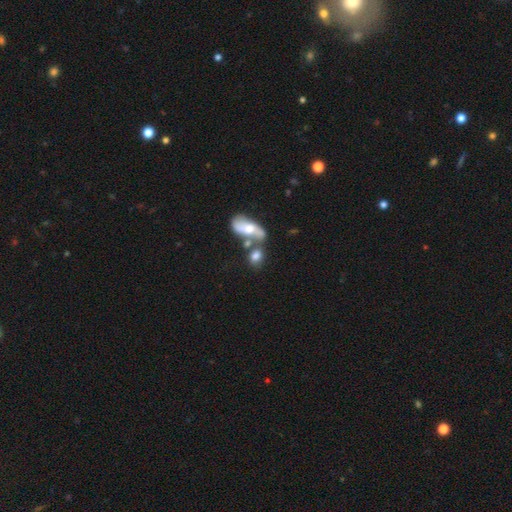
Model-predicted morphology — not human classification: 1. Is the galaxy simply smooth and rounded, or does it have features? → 70% smooth, 21% featured or disk, 9% star or artifact.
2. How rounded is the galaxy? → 64% in between, 32% round, 5% cigar-shaped.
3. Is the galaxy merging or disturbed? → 43% merger, 36% none, 13% minor disturbance, 8% major disturbance.